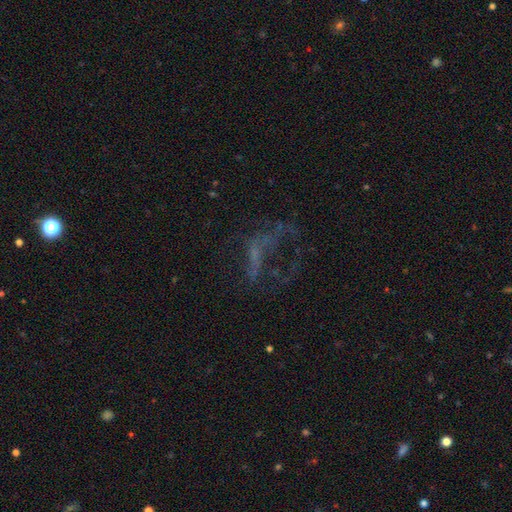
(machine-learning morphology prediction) Smooth or featured?
  - featured or disk: 46% *
  - star or artifact: 32%
  - smooth: 22%
Merging?
  - major disturbance: 46% *
  - none: 36%
  - minor disturbance: 13%
  - merger: 5%